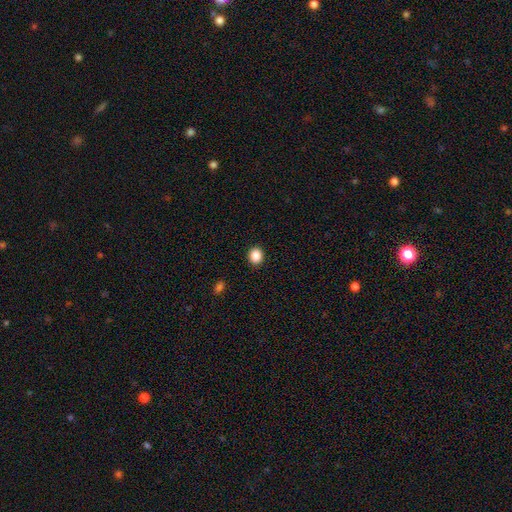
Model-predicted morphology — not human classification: smooth 87%, star or artifact 10%, featured or disk 3%. Down the decision tree: how rounded — round (71%); merging — none (92%).